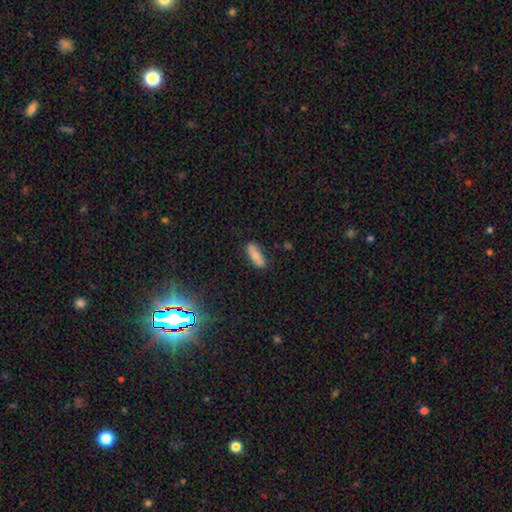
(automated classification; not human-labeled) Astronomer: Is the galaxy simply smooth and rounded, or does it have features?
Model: smooth — 71%.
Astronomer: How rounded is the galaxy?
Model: in between — 56% (runner-up: cigar-shaped, 41%).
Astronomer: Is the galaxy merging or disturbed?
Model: none — 78%.